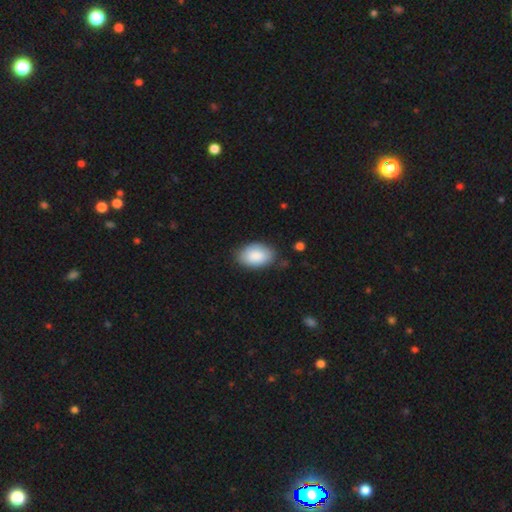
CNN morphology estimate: smooth-or-featured: smooth: 89% | star or artifact: 6% | featured or disk: 5%
  how-rounded: in between: 91% | round: 7% | cigar-shaped: 1%
  merging: none: 80% | minor disturbance: 15% | major disturbance: 3% | merger: 2%